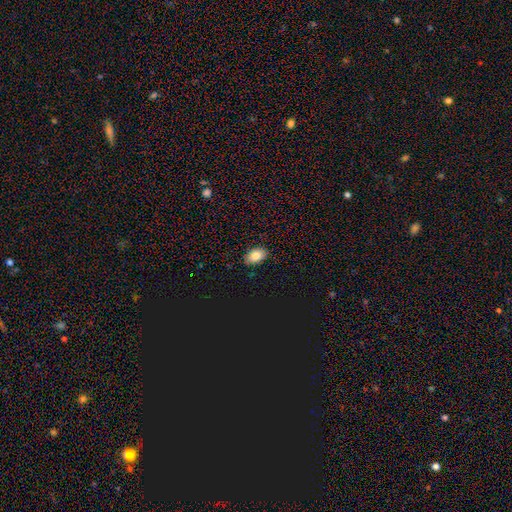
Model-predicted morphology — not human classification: This is clearly a smooth galaxy (81%). How rounded: clearly in between (83%). Merging: clearly none (86%).